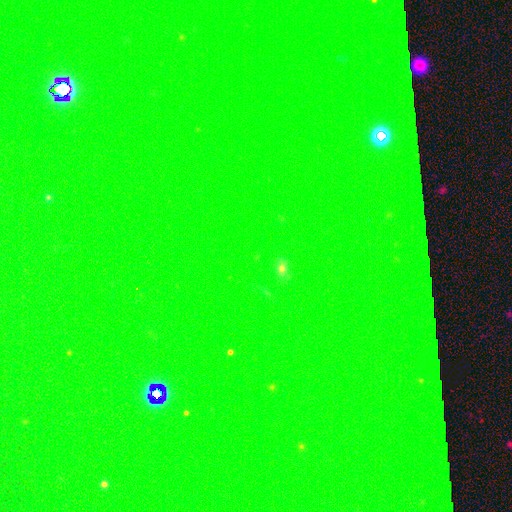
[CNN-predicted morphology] This appears to be a star or artifact, not a galaxy (77%).